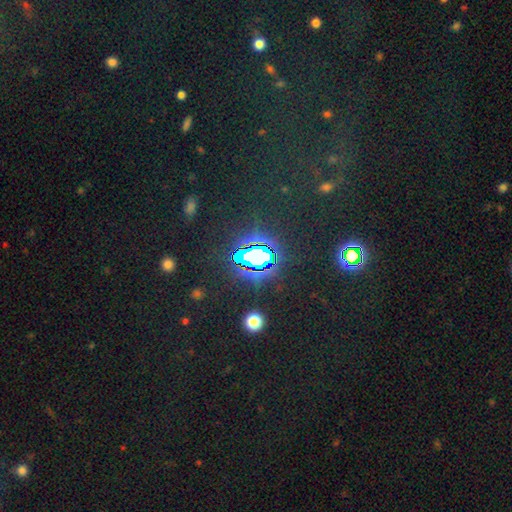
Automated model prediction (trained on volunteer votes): Overall: star or artifact (76%).